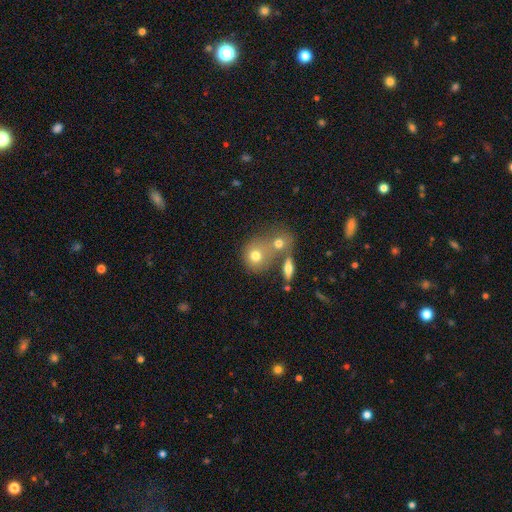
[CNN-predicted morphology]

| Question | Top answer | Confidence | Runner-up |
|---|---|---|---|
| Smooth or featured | smooth | 72% | featured or disk (17%) |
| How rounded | round | 73% | in between (25%) |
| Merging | merger | 46% | none (39%) |